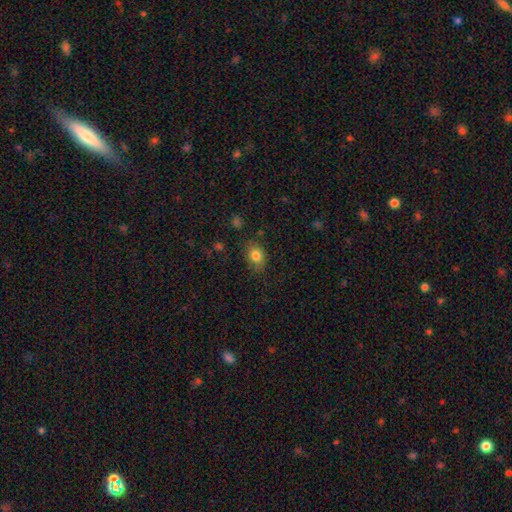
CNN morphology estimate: A smooth galaxy with no disk features (82%) that is in between round and cigar-shaped (62%). Merging: none (78%).